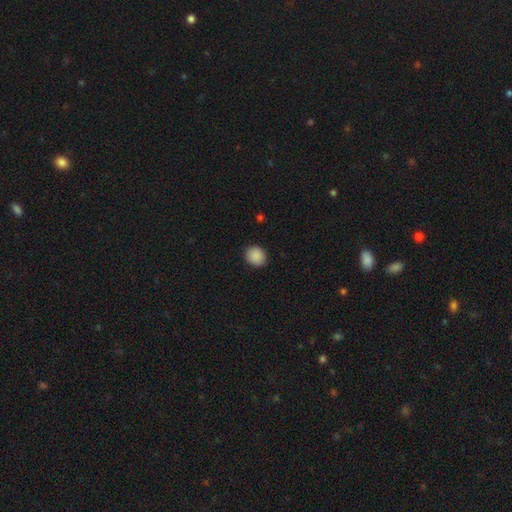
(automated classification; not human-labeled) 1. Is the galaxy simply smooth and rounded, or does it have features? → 89% smooth, 8% star or artifact, 3% featured or disk.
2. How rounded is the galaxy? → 78% round, 21% in between, 1% cigar-shaped.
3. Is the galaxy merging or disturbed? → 90% none, 7% minor disturbance, 2% major disturbance, 1% merger.